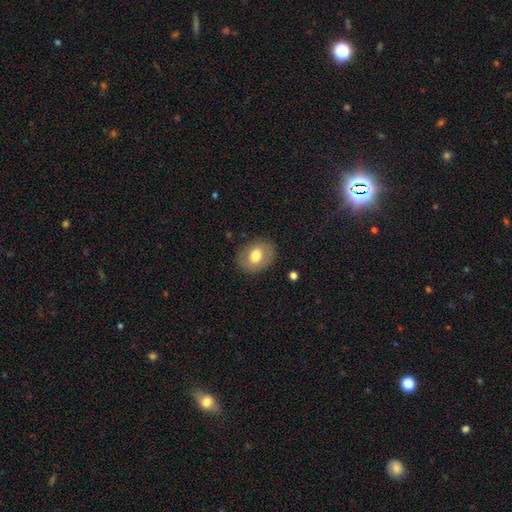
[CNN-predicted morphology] Smooth or featured? Predicted: smooth (p=0.68). How rounded? Predicted: in between (p=0.55). Merging? Predicted: none (p=0.84).